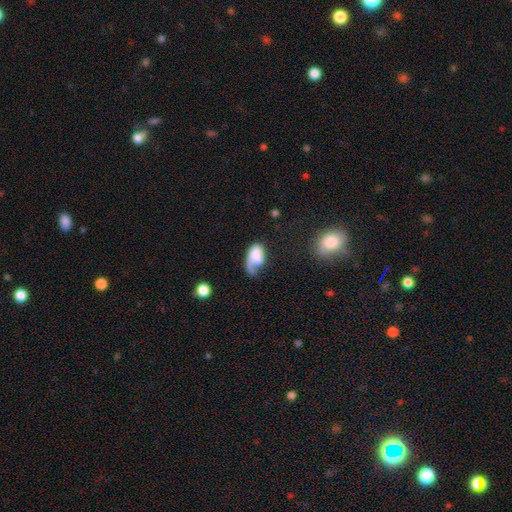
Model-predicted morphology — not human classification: type=smooth (52%); roundness=in between (89%); merging=major disturbance (41%).